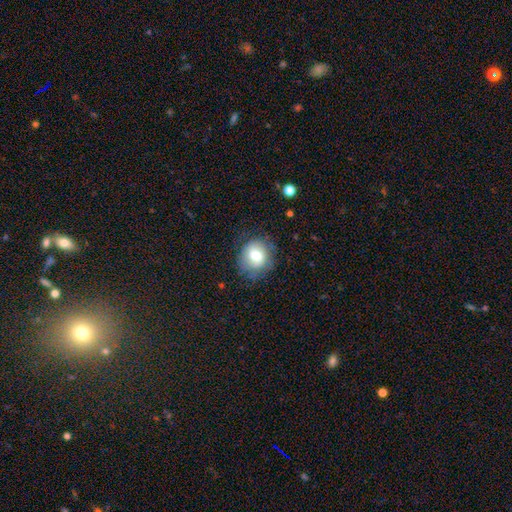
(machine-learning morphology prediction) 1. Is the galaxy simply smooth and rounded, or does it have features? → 69% smooth, 22% featured or disk, 10% star or artifact.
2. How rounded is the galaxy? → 77% round, 22% in between, 1% cigar-shaped.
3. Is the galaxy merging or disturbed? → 73% none, 19% minor disturbance, 7% major disturbance, 1% merger.